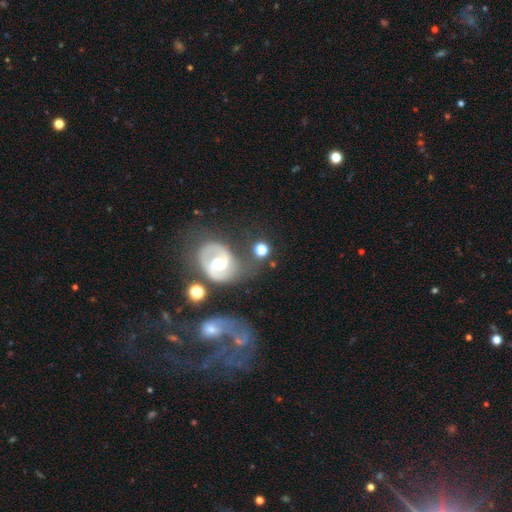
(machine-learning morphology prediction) featured or disk 66%, smooth 24%, star or artifact 9%. Down the decision tree: edge-on disk — no (96%); bar — no (52%); spiral arms — yes (74%); bulge size — moderate (69%); merging — none (49%).